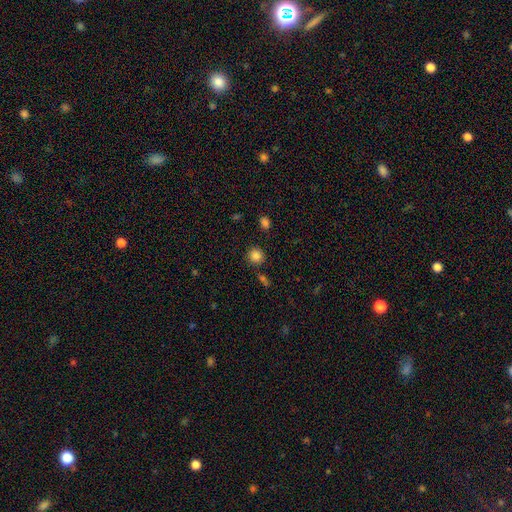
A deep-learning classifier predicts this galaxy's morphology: type=smooth (85%); roundness=round (91%); merging=none (86%).